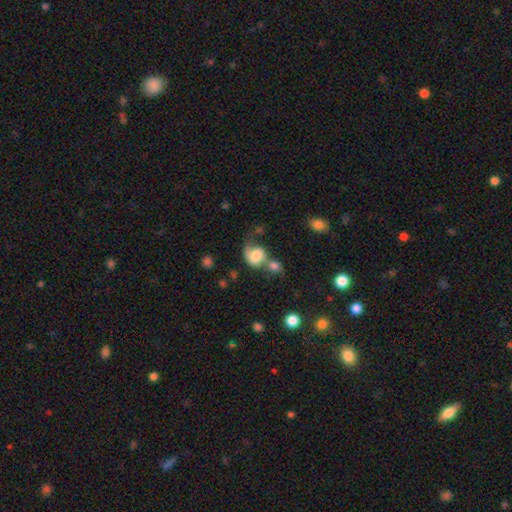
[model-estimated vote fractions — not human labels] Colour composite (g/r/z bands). It shows a smooth galaxy with no disk features (58%) that is round (56%). Merging: merger (44%).